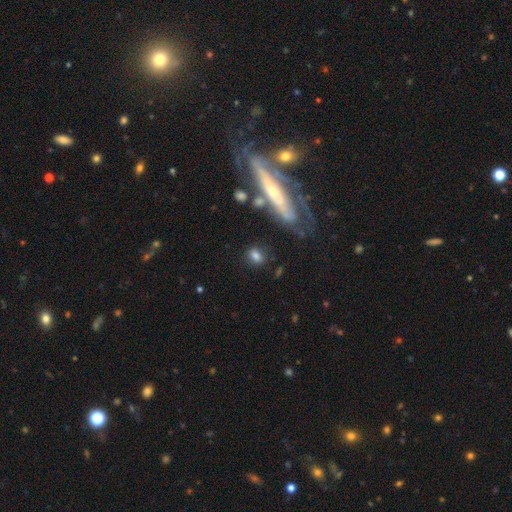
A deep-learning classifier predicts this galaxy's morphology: Smooth or featured? smooth (75%)
How rounded? in between (55%)
Merging? none (74%)